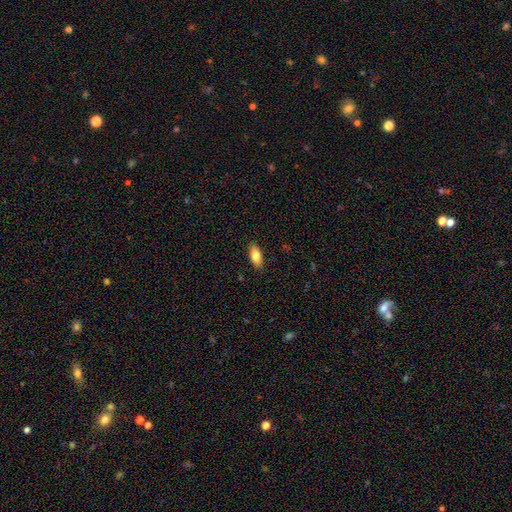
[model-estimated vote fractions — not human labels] Morphology: type=smooth (83%); roundness=in between (87%); merging=none (88%).